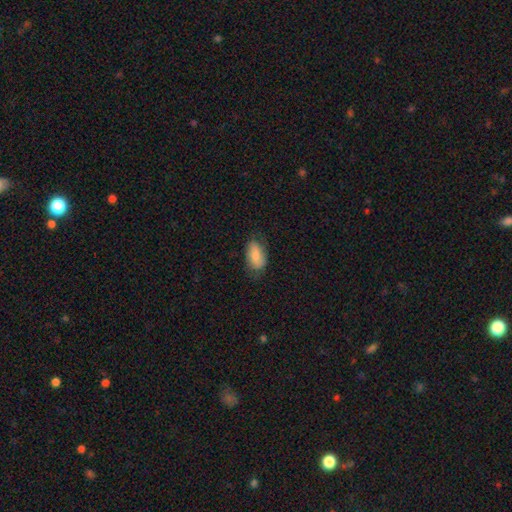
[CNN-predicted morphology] type=smooth (80%); roundness=in between (93%); merging=none (67%).